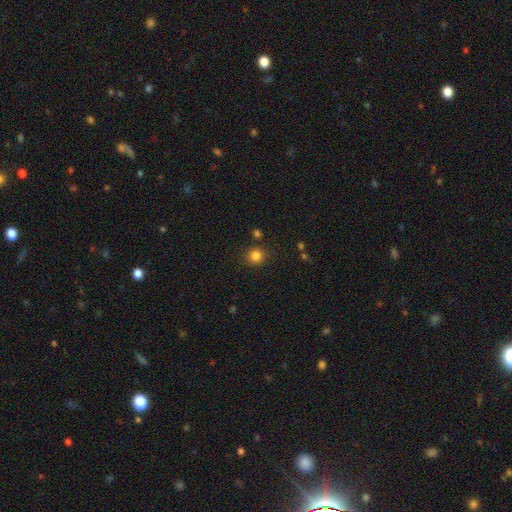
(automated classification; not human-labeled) This appears to be a smooth galaxy with no disk features (83%) that is round (88%). Merging: none (86%).